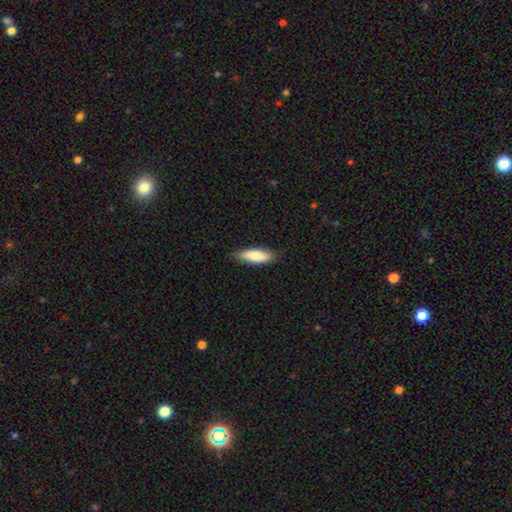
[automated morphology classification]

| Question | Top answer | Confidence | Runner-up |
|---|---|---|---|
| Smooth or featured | smooth | 81% | featured or disk (14%) |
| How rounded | in between | 55% | cigar-shaped (43%) |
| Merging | none | 81% | minor disturbance (16%) |